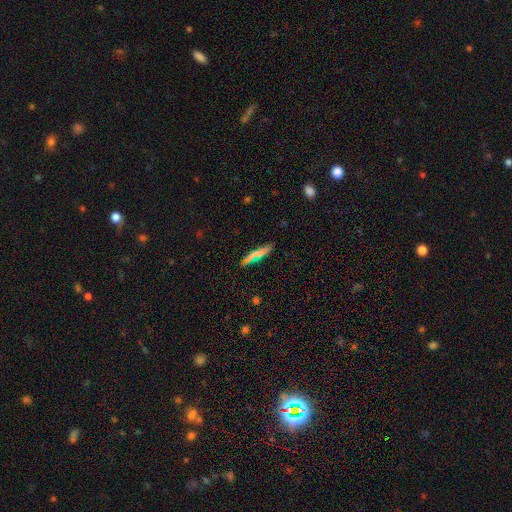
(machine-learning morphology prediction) A smooth galaxy with no disk features (63%) that is cigar-shaped (87%).

Vote fractions:
- Smooth or featured? smooth: 63% / featured or disk: 29% / star or artifact: 8%
- How rounded? cigar-shaped: 87% / in between: 11% / round: 2%
- Merging? none: 82% / minor disturbance: 13% / major disturbance: 3% / merger: 2%